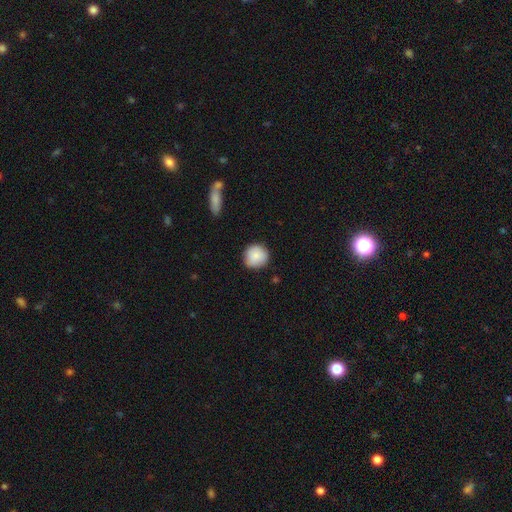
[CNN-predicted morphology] type=smooth (87%); roundness=round (92%); merging=none (86%).